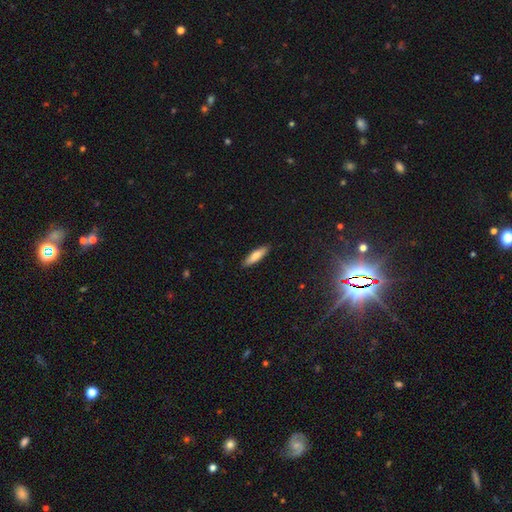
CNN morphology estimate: The model was most divided on "how rounded": cigar-shaped: 68%, in between: 30%, round: 2%. More confident: merging — none (90%); smooth or featured — smooth (74%).